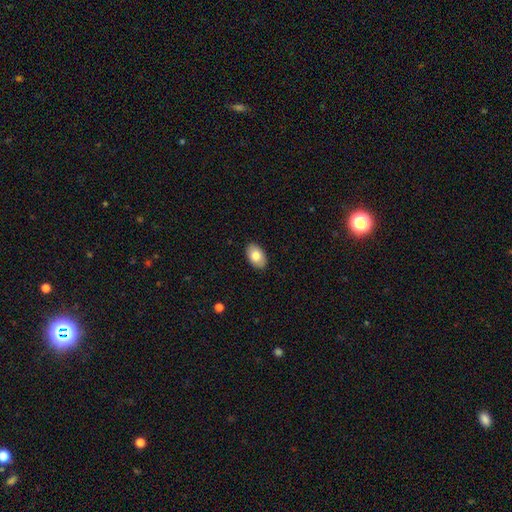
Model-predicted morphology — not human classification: Q: Smooth or featured?
A: smooth (81%); runner-up: featured or disk (13%)
Q: How rounded?
A: in between (92%); runner-up: round (6%)
Q: Merging?
A: none (89%); runner-up: minor disturbance (8%)